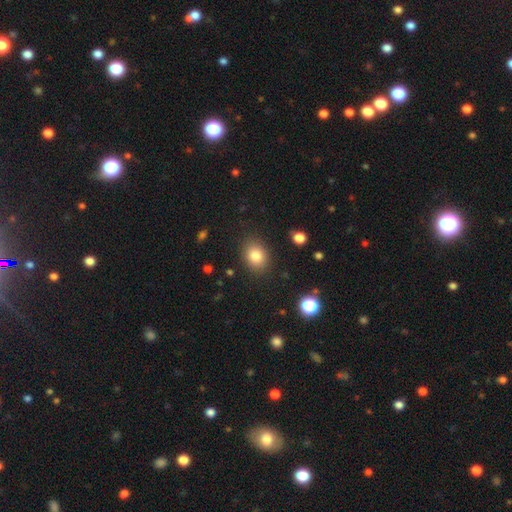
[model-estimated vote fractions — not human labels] A smooth galaxy with no disk features (83%) that is in between round and cigar-shaped (57%).

Vote fractions:
- Smooth or featured? smooth: 83% / star or artifact: 10% / featured or disk: 7%
- How rounded? in between: 57% / round: 42% / cigar-shaped: 1%
- Merging? none: 85% / minor disturbance: 10% / major disturbance: 3% / merger: 2%